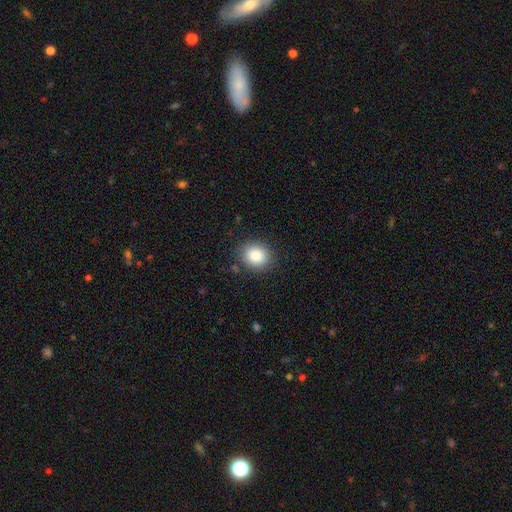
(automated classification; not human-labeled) smooth-or-featured: smooth: 87% | star or artifact: 8% | featured or disk: 5%
  how-rounded: round: 68% | in between: 31% | cigar-shaped: 1%
  merging: none: 87% | minor disturbance: 9% | major disturbance: 3% | merger: 1%